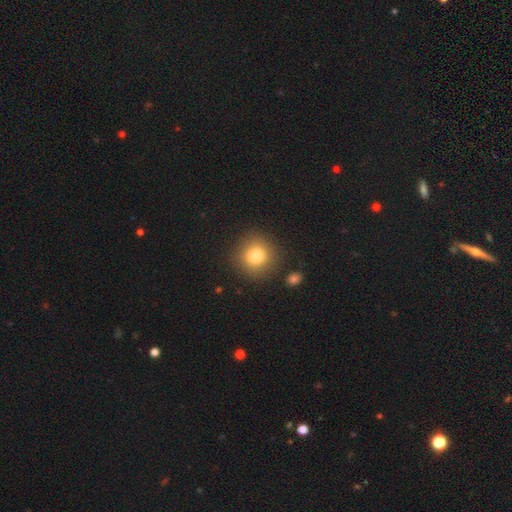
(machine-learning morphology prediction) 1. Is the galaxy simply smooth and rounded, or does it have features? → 79% smooth, 12% star or artifact, 9% featured or disk.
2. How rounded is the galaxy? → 92% round, 7% in between, 1% cigar-shaped.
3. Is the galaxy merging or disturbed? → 87% none, 7% minor disturbance, 3% major disturbance, 3% merger.